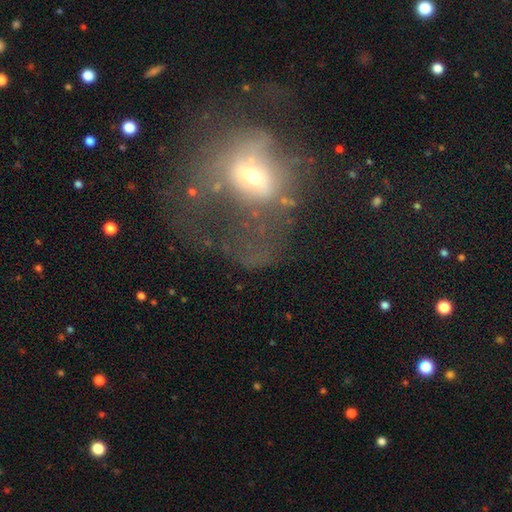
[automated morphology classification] Q: Smooth or featured?
A: featured or disk (40%); runner-up: smooth (38%)
Q: Merging?
A: major disturbance (60%); runner-up: none (20%)